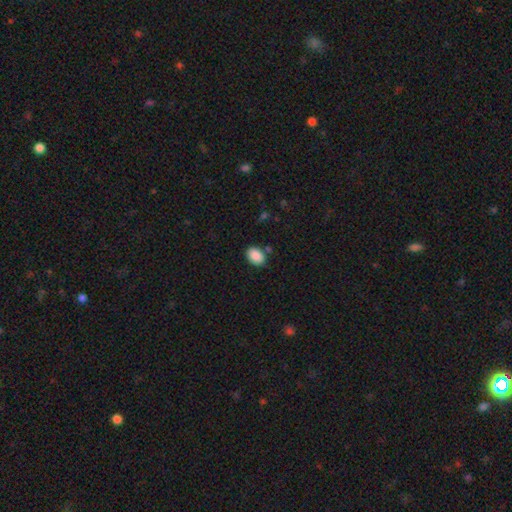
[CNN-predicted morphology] Q: Smooth or featured?
A: smooth (89%); runner-up: star or artifact (7%)
Q: How rounded?
A: in between (75%); runner-up: round (24%)
Q: Merging?
A: none (80%); runner-up: minor disturbance (12%)